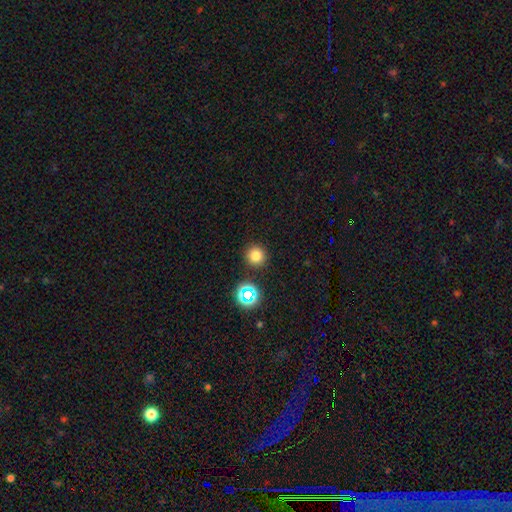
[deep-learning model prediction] Smooth or featured: smooth — 75% (star or artifact — 19%)
How rounded: round — 94% (in between — 5%)
Merging: none — 89% (minor disturbance — 6%)